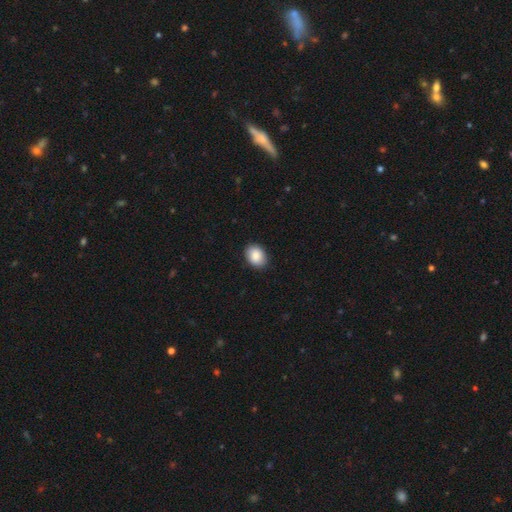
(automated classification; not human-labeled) Overall: smooth (87%). How rounded: in between (67%; round 32%). Merging: none (89%).